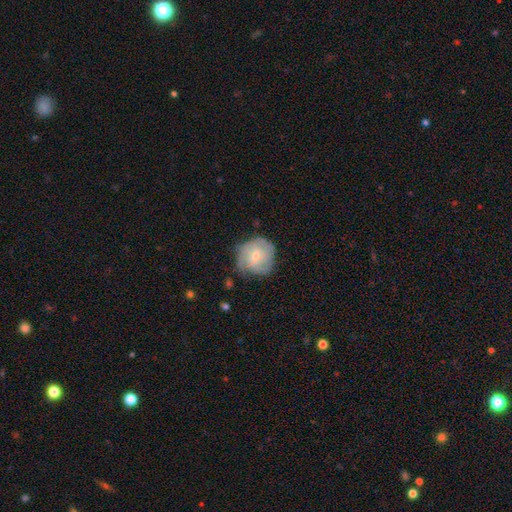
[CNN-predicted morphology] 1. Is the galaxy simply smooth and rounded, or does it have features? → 51% featured or disk, 42% smooth, 7% star or artifact.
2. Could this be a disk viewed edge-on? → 97% no, 3% yes.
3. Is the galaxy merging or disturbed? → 60% none, 28% minor disturbance, 10% major disturbance, 2% merger.